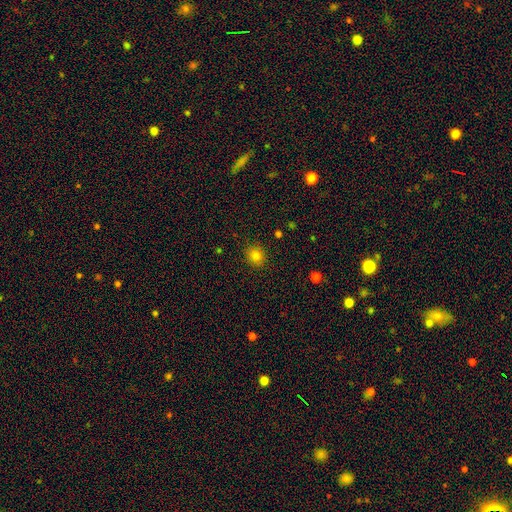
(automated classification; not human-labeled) smooth 82%, star or artifact 13%, featured or disk 5%. Down the decision tree: how rounded — round (78%); merging — none (89%).